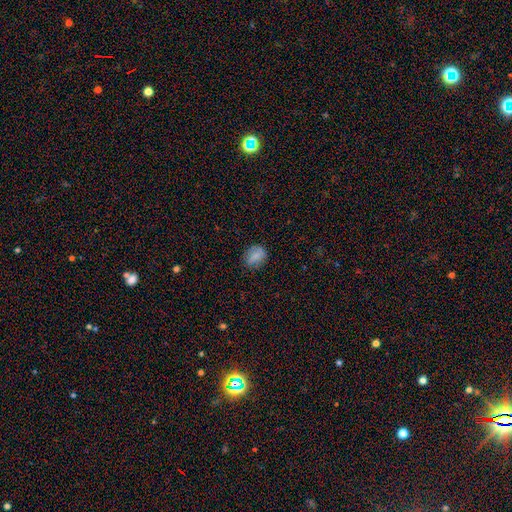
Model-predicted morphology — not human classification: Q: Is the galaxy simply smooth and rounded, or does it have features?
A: smooth — 78%.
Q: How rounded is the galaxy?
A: in between — 55%.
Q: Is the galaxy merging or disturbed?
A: none — 76%.